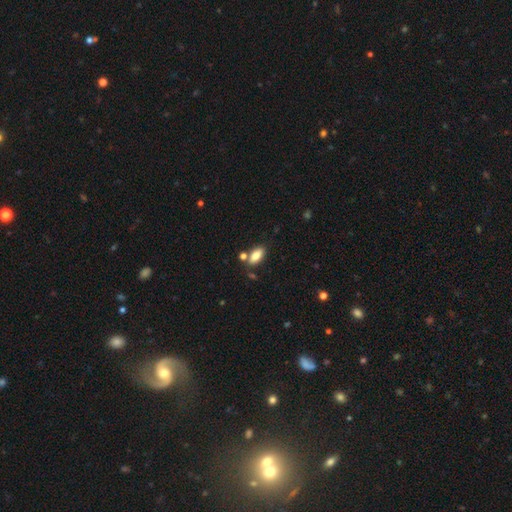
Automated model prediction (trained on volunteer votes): Smooth or featured? Predicted: smooth (p=0.82). How rounded? Predicted: in between (p=0.89). Merging? Predicted: none (p=0.73).